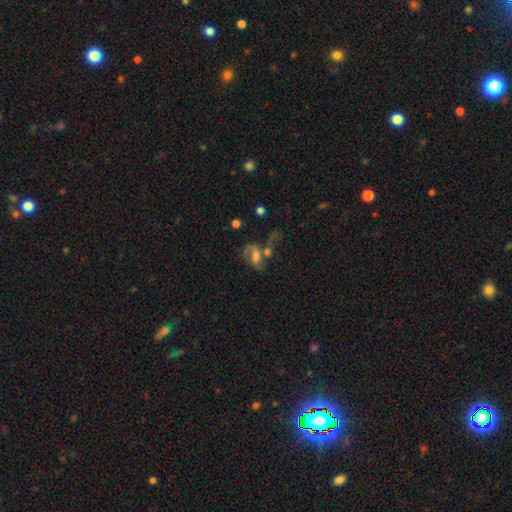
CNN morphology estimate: The model was most divided on "smooth or featured": featured or disk: 46%, smooth: 41%, star or artifact: 13%. Remaining: merging — merger (36%).